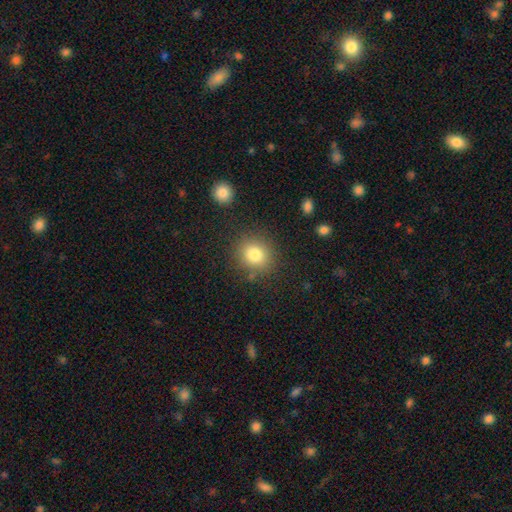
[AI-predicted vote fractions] Smooth or featured?
  - smooth: 81% *
  - star or artifact: 12%
  - featured or disk: 7%
How rounded?
  - round: 83% *
  - in between: 16%
  - cigar-shaped: 1%
Merging?
  - none: 83% *
  - minor disturbance: 10%
  - merger: 4%
  - major disturbance: 3%